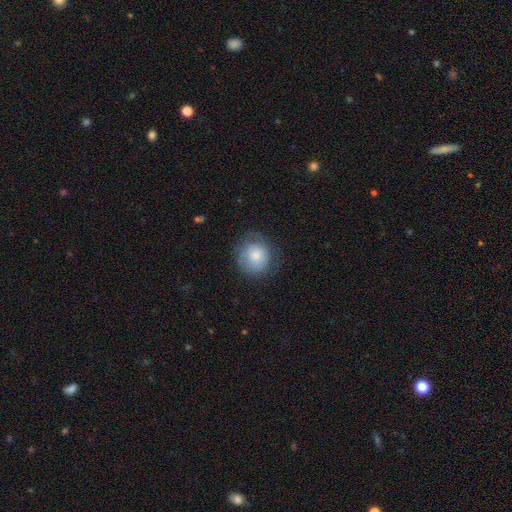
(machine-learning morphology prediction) A smooth galaxy with no disk features (76%) that is round (84%). Merging: none (69%).